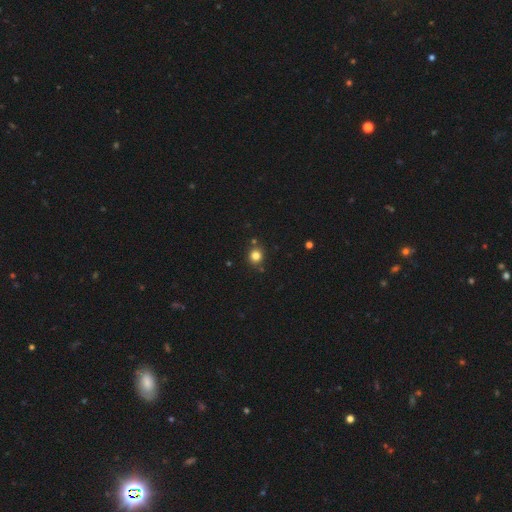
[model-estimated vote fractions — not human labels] Q: Smooth or featured?
A: smooth (81%); runner-up: star or artifact (13%)
Q: How rounded?
A: round (87%); runner-up: in between (12%)
Q: Merging?
A: none (84%); runner-up: minor disturbance (9%)